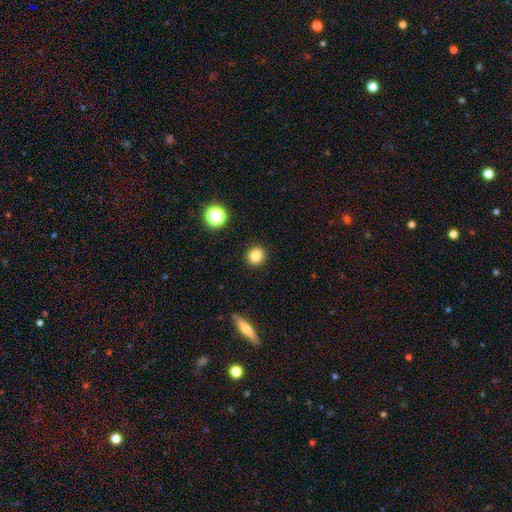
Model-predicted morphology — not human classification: smooth 84%, star or artifact 11%, featured or disk 5%. Down the decision tree: how rounded — round (86%); merging — none (91%).